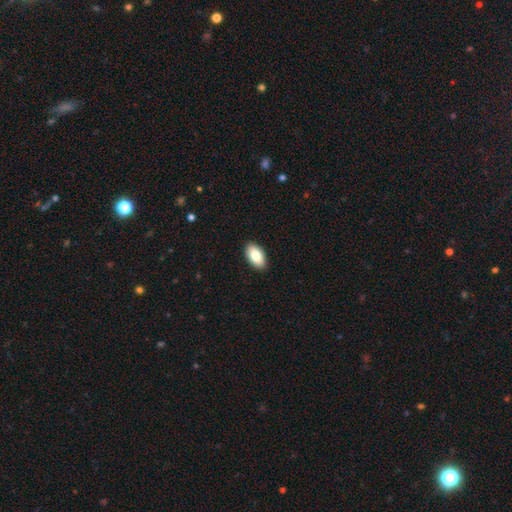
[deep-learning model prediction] Smooth or featured?
  - smooth: 82% *
  - featured or disk: 11%
  - star or artifact: 6%
How rounded?
  - in between: 95% *
  - round: 3%
  - cigar-shaped: 2%
Merging?
  - none: 90% *
  - minor disturbance: 7%
  - major disturbance: 2%
  - merger: 1%